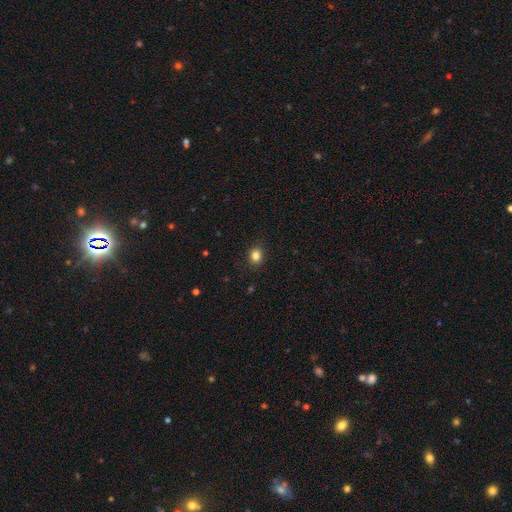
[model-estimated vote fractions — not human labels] smooth 84%, star or artifact 12%, featured or disk 5%. Down the decision tree: how rounded — round (73%); merging — none (89%).